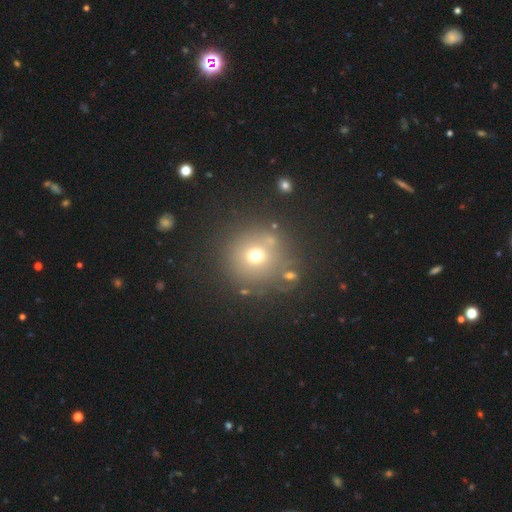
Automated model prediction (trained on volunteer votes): smooth-or-featured: smooth: 67% | star or artifact: 20% | featured or disk: 13%
  how-rounded: round: 93% | in between: 6% | cigar-shaped: 1%
  merging: none: 78% | minor disturbance: 10% | merger: 7% | major disturbance: 5%